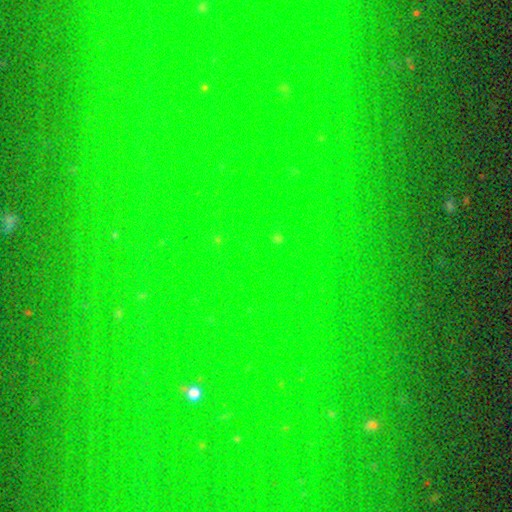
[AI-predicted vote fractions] star or artifact 80%, smooth 12%, featured or disk 8%.